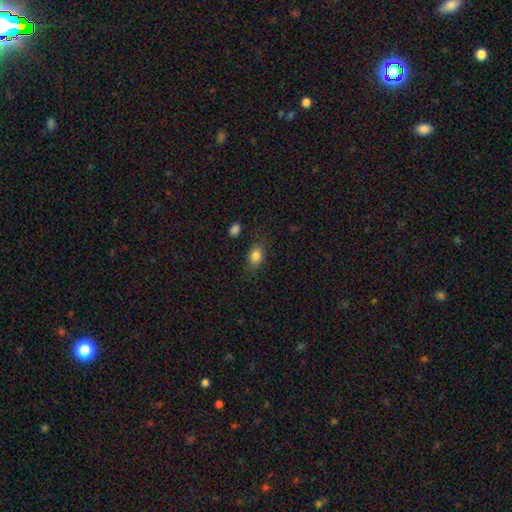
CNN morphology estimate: Overall: smooth (83%). How rounded: in between (69%; round 29%). Merging: none (77%).